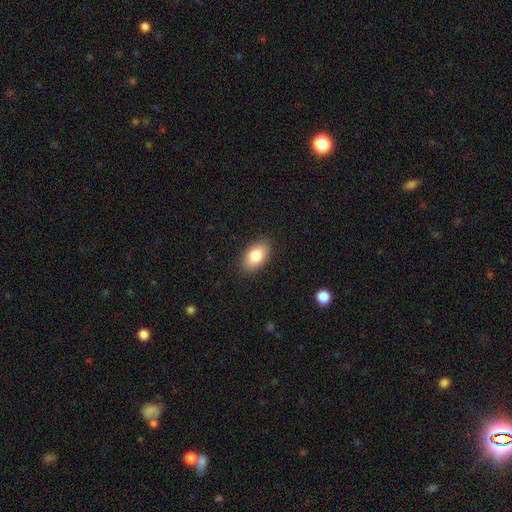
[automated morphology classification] Smooth or featured? Predicted: smooth (p=0.83). How rounded? Predicted: in between (p=0.93). Merging? Predicted: none (p=0.88).